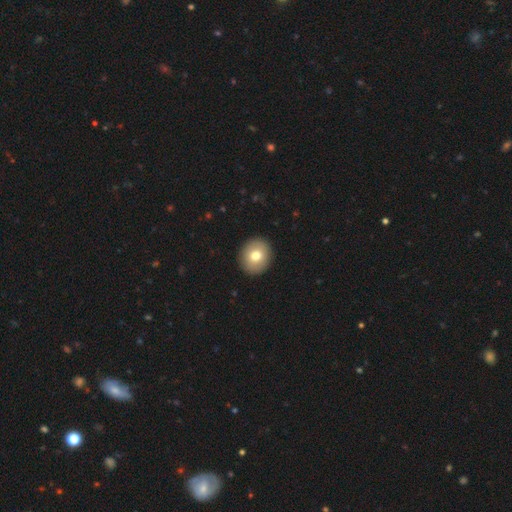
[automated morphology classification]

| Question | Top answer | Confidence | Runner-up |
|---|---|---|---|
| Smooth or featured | smooth | 76% | featured or disk (16%) |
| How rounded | round | 78% | in between (21%) |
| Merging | none | 92% | minor disturbance (5%) |